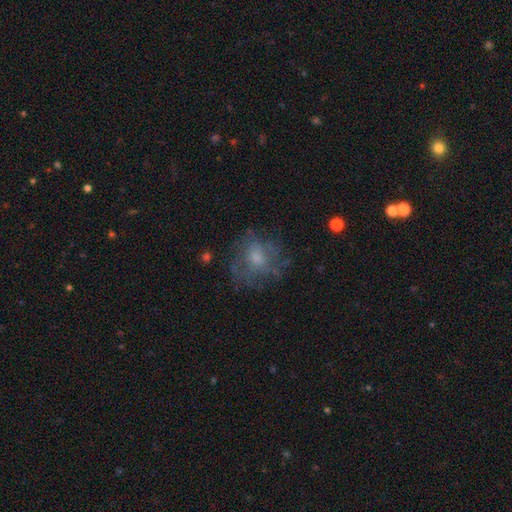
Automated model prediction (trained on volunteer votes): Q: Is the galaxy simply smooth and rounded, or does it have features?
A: featured or disk — 47%.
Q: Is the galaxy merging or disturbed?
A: none — 66%.